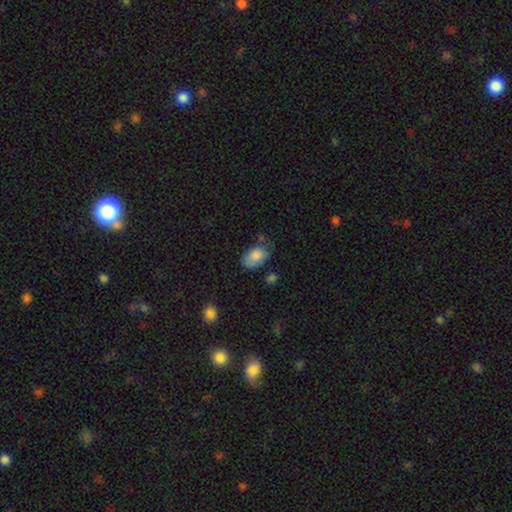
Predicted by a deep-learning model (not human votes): This is clearly a smooth galaxy (84%). How rounded: clearly in between (88%). Merging: possibly none (57%).